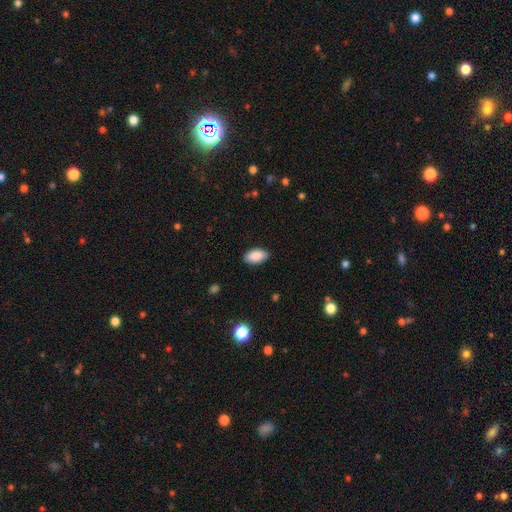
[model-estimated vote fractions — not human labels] Overall: smooth (90%). How rounded: in between (95%). Merging: none (88%).